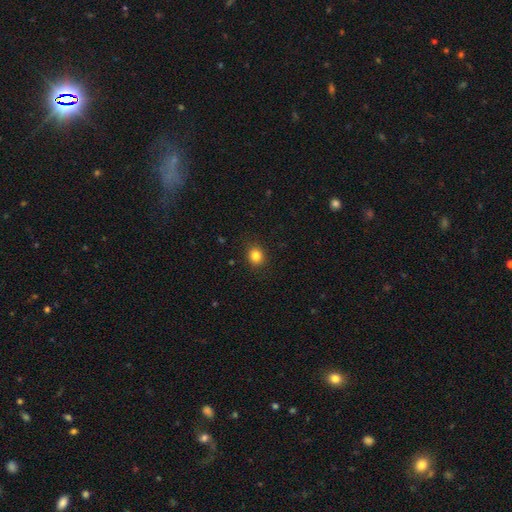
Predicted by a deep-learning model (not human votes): This appears to be a smooth galaxy with no disk features (83%) that is round (75%). Merging: none (90%).